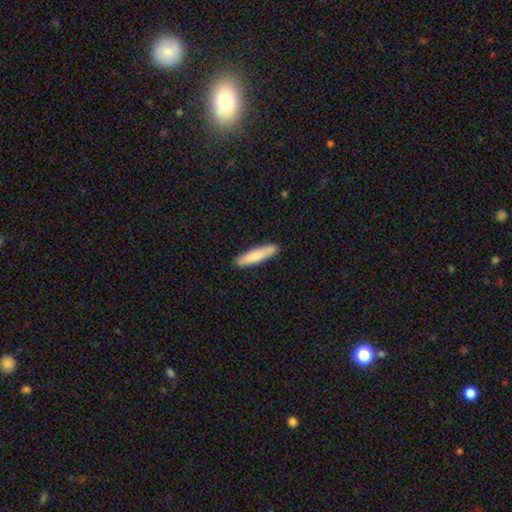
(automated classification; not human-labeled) smooth_or_featured: smooth (p=0.80) [alt: featured or disk p=0.14]
how_rounded: cigar-shaped (p=0.84) [alt: in between p=0.14]
merging: none (p=0.89) [alt: minor disturbance p=0.08]